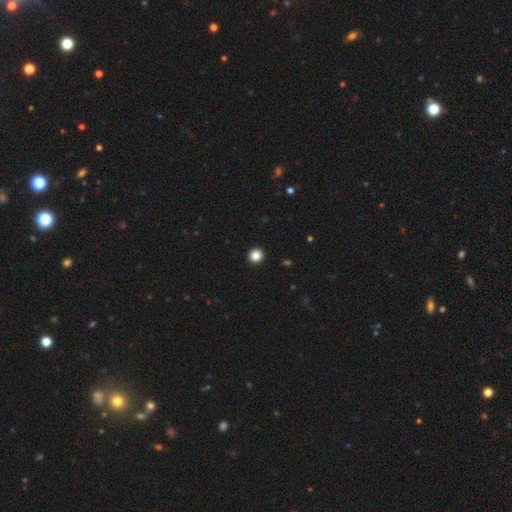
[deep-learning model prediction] Q: Smooth or featured?
A: smooth (86%); runner-up: star or artifact (11%)
Q: How rounded?
A: round (92%); runner-up: in between (7%)
Q: Merging?
A: none (94%); runner-up: minor disturbance (4%)